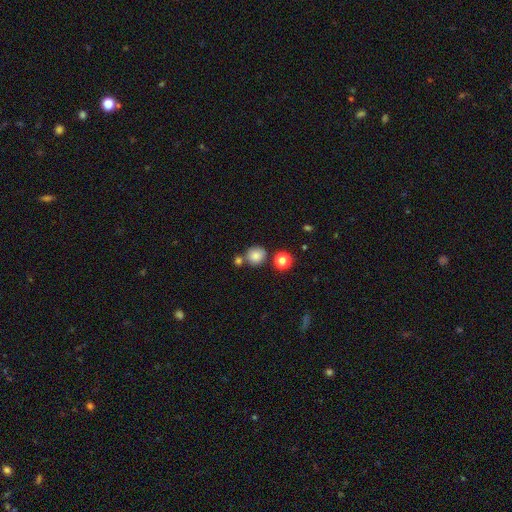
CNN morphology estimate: smooth 82%, star or artifact 11%, featured or disk 7%. Down the decision tree: how rounded — round (88%); merging — none (70%).